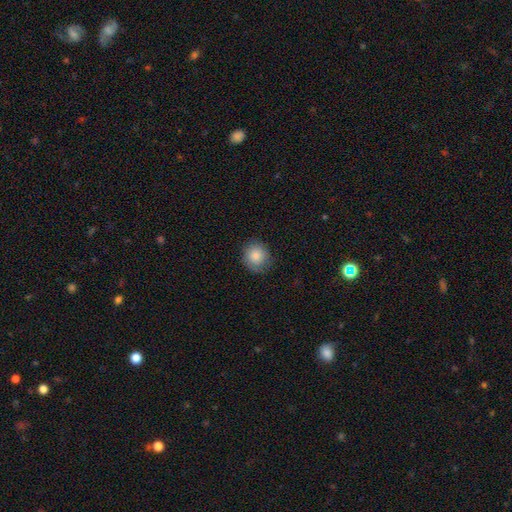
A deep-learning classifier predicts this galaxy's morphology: Q: Smooth or featured?
A: smooth (84%); runner-up: star or artifact (9%)
Q: How rounded?
A: round (87%); runner-up: in between (12%)
Q: Merging?
A: none (82%); runner-up: minor disturbance (14%)